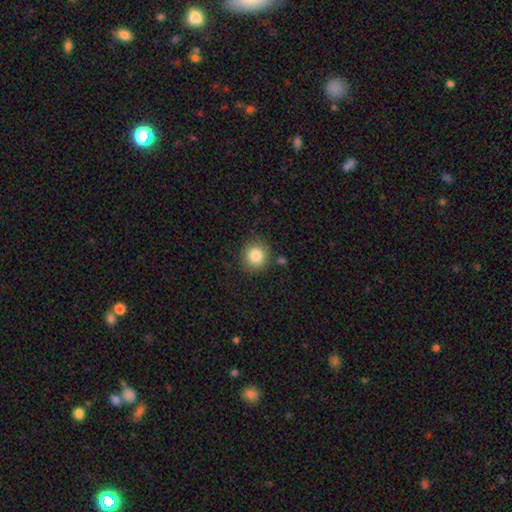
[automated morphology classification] Overall: smooth (84%). How rounded: round (92%). Merging: none (86%).